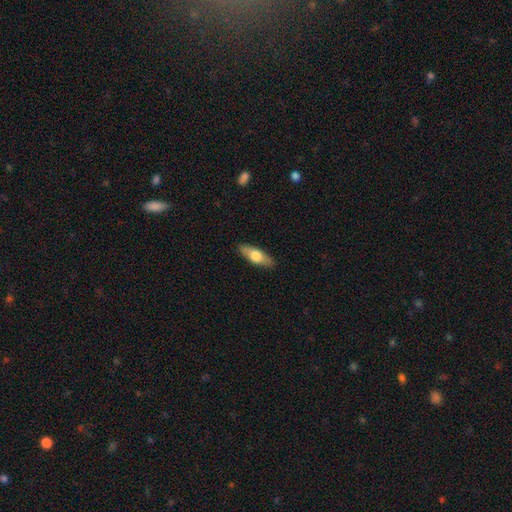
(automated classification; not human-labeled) smooth-or-featured: smooth: 58% | featured or disk: 36% | star or artifact: 6%
  how-rounded: in between: 58% | cigar-shaped: 39% | round: 3%
  merging: none: 88% | minor disturbance: 9% | major disturbance: 2% | merger: 1%